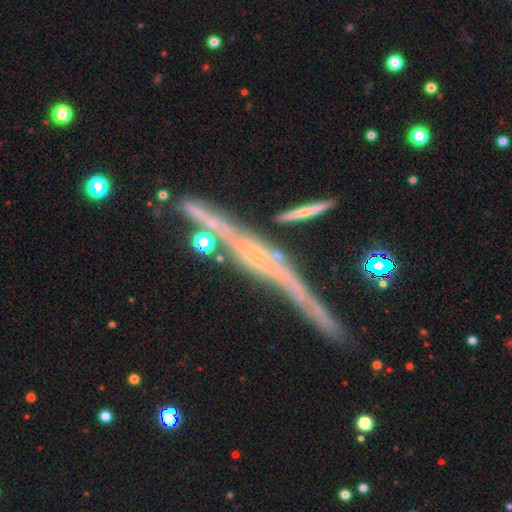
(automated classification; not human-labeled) Overall: featured or disk (72%). Edge-on disk: yes (94%). Edge-on bulge: none (64%; rounded 25%). Merging: none (69%).